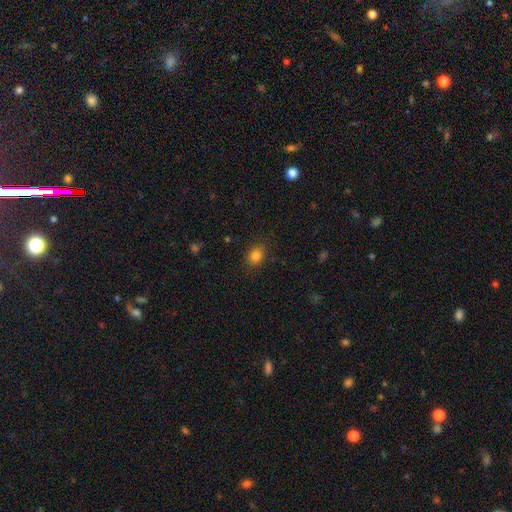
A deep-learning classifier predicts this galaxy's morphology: This is clearly a smooth galaxy (83%). How rounded: possibly round (52%). Merging: clearly none (86%).